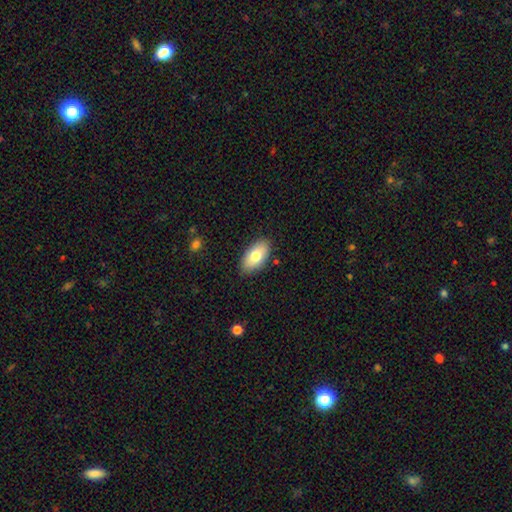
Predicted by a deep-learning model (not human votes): smooth 75%, featured or disk 18%, star or artifact 7%. Down the decision tree: how rounded — in between (93%); merging — none (86%).